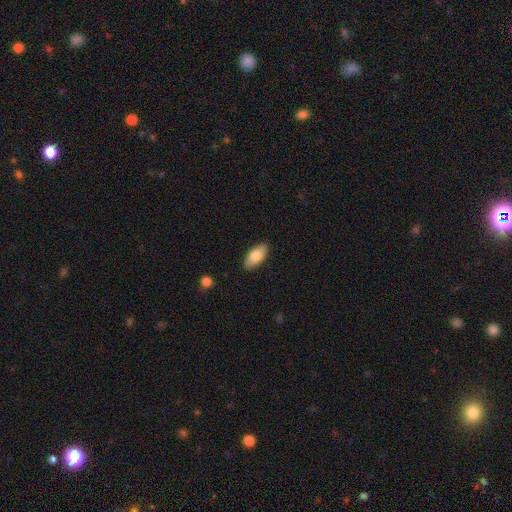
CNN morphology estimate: Q: Smooth or featured?
A: smooth (76%); runner-up: featured or disk (18%)
Q: How rounded?
A: in between (92%); runner-up: cigar-shaped (6%)
Q: Merging?
A: none (88%); runner-up: minor disturbance (9%)